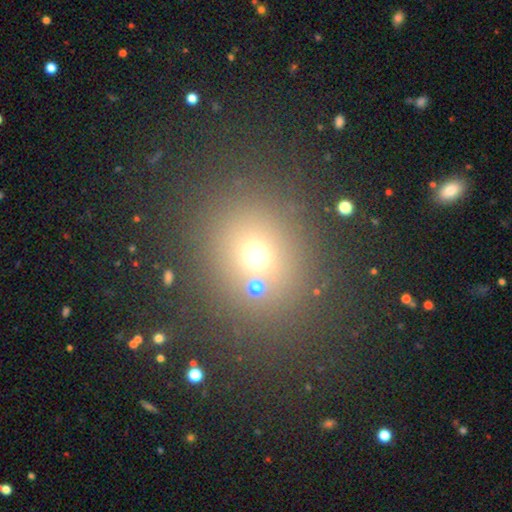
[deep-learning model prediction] smooth_or_featured: smooth (p=0.62) [alt: star or artifact p=0.29]
how_rounded: round (p=0.77) [alt: in between p=0.22]
merging: none (p=0.78) [alt: merger p=0.09]